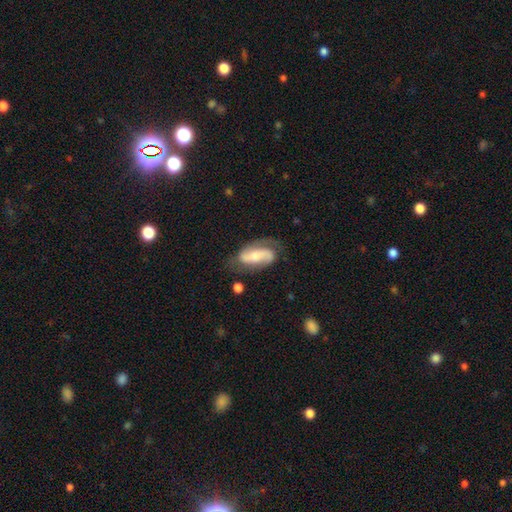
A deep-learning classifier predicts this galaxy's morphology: smooth_or_featured: featured or disk (p=0.70) [alt: smooth p=0.24]
disk_edge_on: no (p=0.94) [alt: yes p=0.06]
bar: no (p=0.44) [alt: weak p=0.33]
has_spiral_arms: yes (p=0.91) [alt: no p=0.09]
spiral_winding: medium (p=0.42) [alt: loose p=0.36]
spiral_arm_count: 2 (p=0.80) [alt: 1 p=0.09]
bulge_size: moderate (p=0.47) [alt: small p=0.36]
merging: none (p=0.59) [alt: minor disturbance p=0.24]